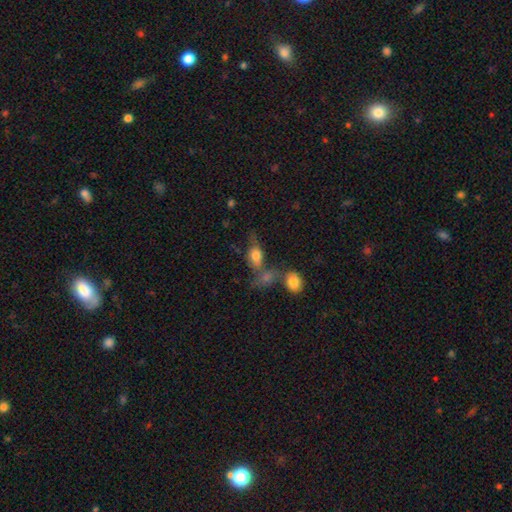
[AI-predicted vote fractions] Smooth or featured?
  - smooth: 72% *
  - featured or disk: 18%
  - star or artifact: 10%
How rounded?
  - in between: 75% *
  - round: 18%
  - cigar-shaped: 7%
Merging?
  - none: 41% *
  - merger: 32%
  - minor disturbance: 17%
  - major disturbance: 11%